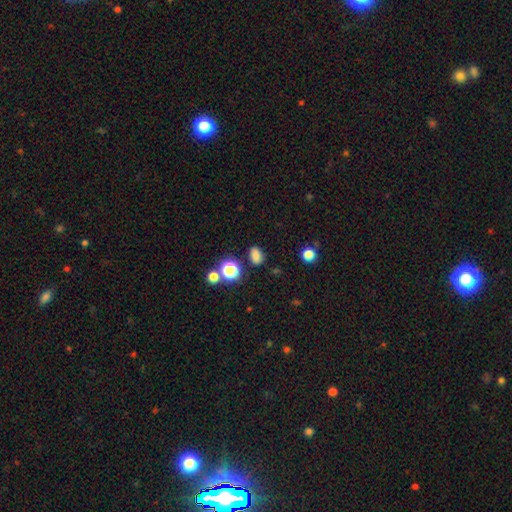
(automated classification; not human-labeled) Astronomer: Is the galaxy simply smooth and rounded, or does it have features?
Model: smooth — 79%.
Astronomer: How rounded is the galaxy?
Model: in between — 73%.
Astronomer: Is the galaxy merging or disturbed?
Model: none — 81%.